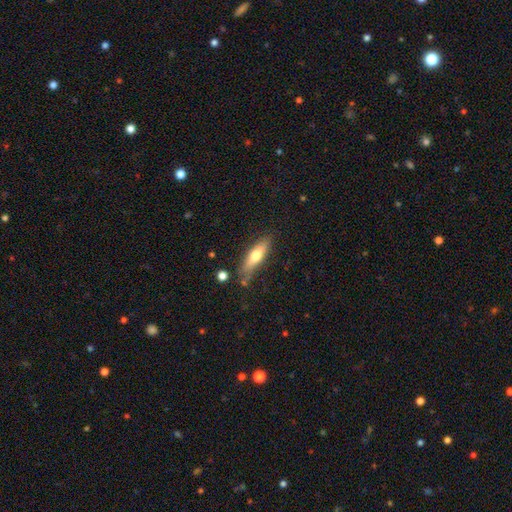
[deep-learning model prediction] smooth 58%, featured or disk 36%, star or artifact 6%. Down the decision tree: how rounded — cigar-shaped (57%); merging — none (74%).